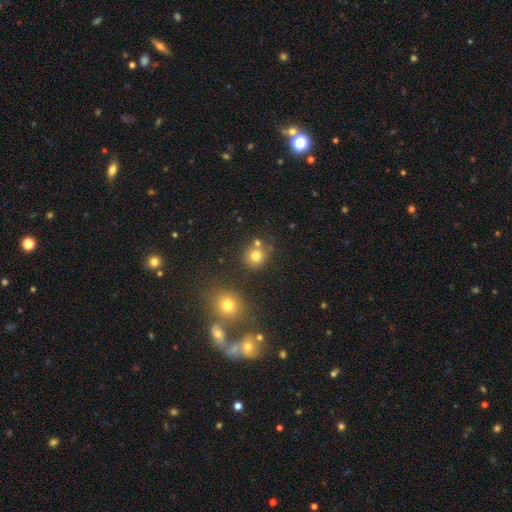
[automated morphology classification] This is likely a smooth galaxy (77%). How rounded: clearly round (89%). Merging: likely none (70%).